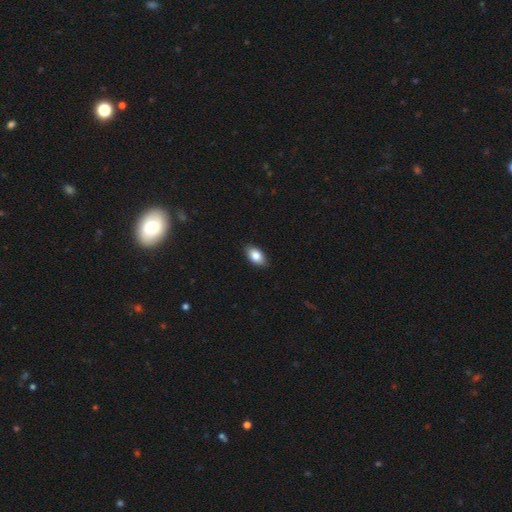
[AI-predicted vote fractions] Overall: smooth (84%). How rounded: in between (92%). Merging: none (88%).